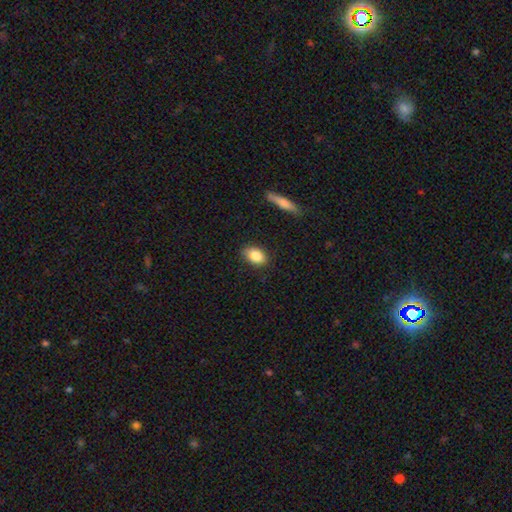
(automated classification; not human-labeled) This is clearly a smooth galaxy (85%). How rounded: clearly in between (84%). Merging: clearly none (84%).